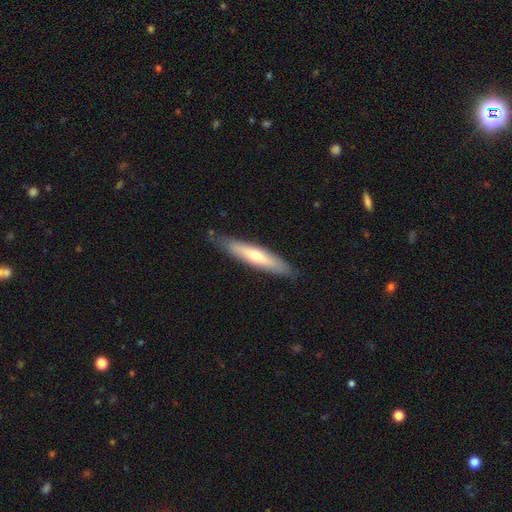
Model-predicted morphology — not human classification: smooth-or-featured: smooth: 51% | featured or disk: 43% | star or artifact: 6%
  how-rounded: cigar-shaped: 85% | in between: 13% | round: 1%
  merging: none: 84% | minor disturbance: 13% | major disturbance: 2% | merger: 1%